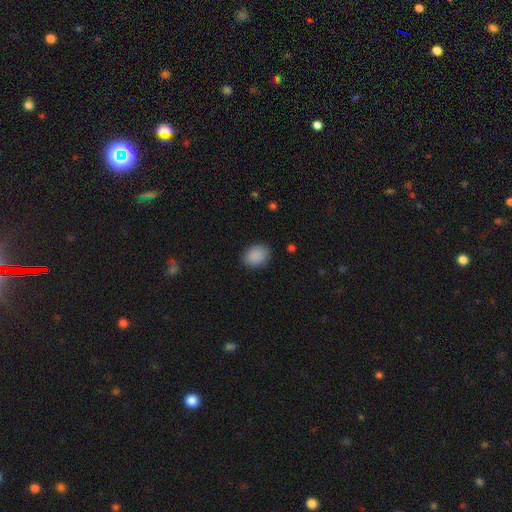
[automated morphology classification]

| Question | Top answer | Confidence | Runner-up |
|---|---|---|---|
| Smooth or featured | smooth | 89% | star or artifact (8%) |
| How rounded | in between | 61% | round (39%) |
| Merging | none | 85% | minor disturbance (11%) |